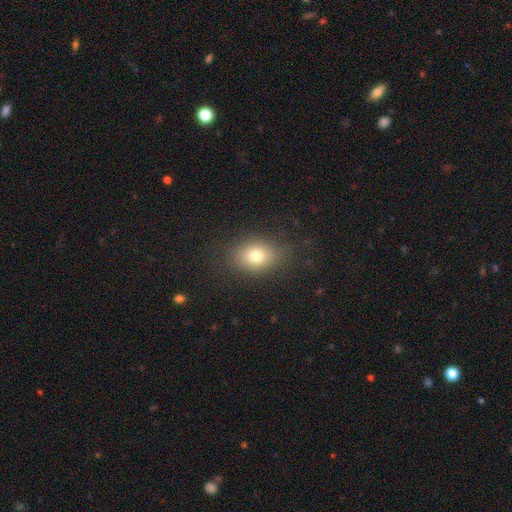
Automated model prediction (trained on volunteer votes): smooth 77%, star or artifact 12%, featured or disk 11%. Down the decision tree: how rounded — in between (63%); merging — none (83%).